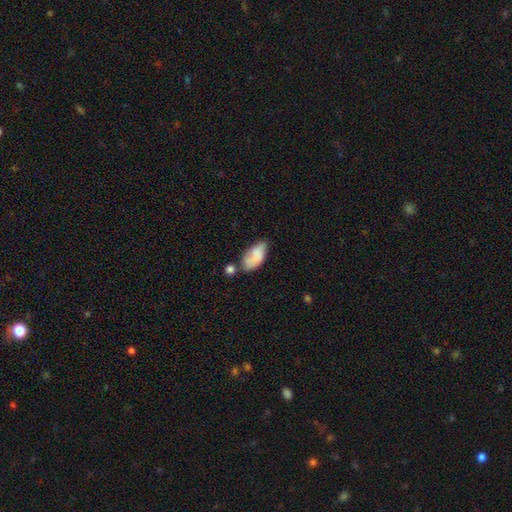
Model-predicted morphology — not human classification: smooth 76%, featured or disk 17%, star or artifact 7%. Down the decision tree: how rounded — in between (93%); merging — none (43%).